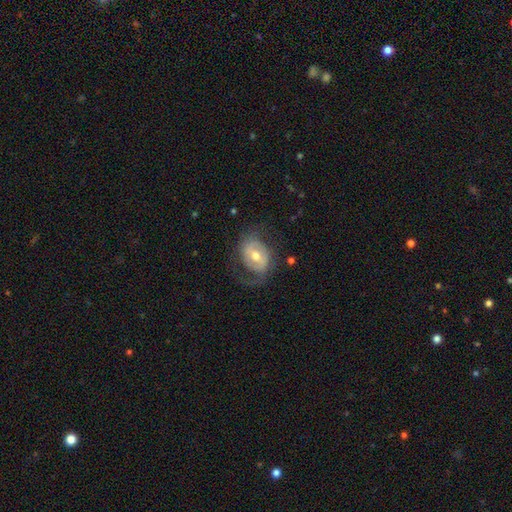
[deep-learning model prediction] Q: Smooth or featured?
A: featured or disk (74%); runner-up: smooth (20%)
Q: Edge-on disk?
A: no (96%); runner-up: yes (4%)
Q: Bar?
A: weak (47%); runner-up: no (27%)
Q: Spiral arms?
A: yes (76%); runner-up: no (24%)
Q: Spiral winding?
A: medium (40%); runner-up: loose (32%)
Q: Spiral arm count?
A: 2 (63%); runner-up: 1 (17%)
Q: Bulge size?
A: moderate (74%); runner-up: small (18%)
Q: Merging?
A: none (56%); runner-up: major disturbance (23%)